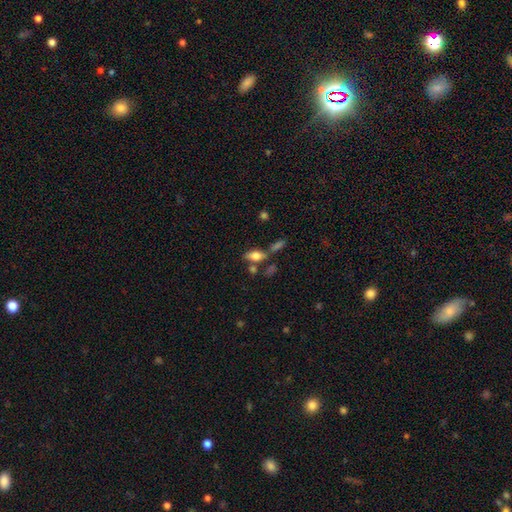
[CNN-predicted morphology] This is likely a smooth galaxy (65%). How rounded: likely in between (80%). Merging: possibly none (60%).